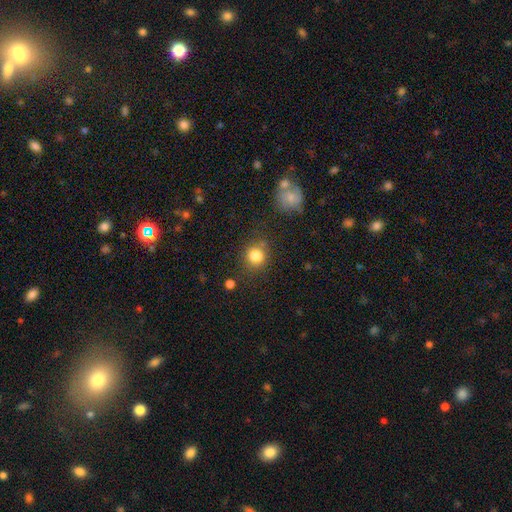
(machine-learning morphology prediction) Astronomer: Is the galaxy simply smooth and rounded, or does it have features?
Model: smooth — 83%.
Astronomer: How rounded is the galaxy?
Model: round — 87%.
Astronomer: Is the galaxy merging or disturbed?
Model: none — 79%.